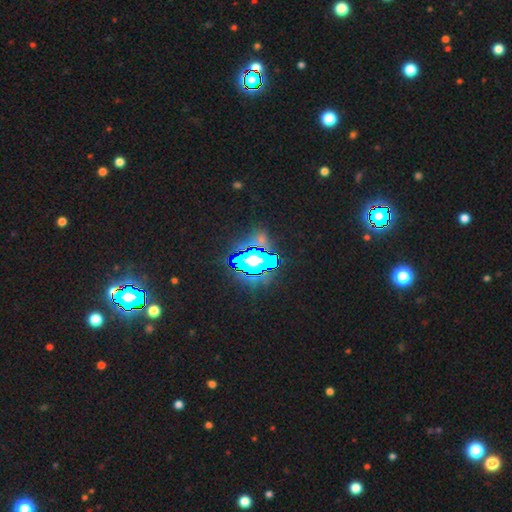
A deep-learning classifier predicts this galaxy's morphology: A star or artifact, not a galaxy (76%).